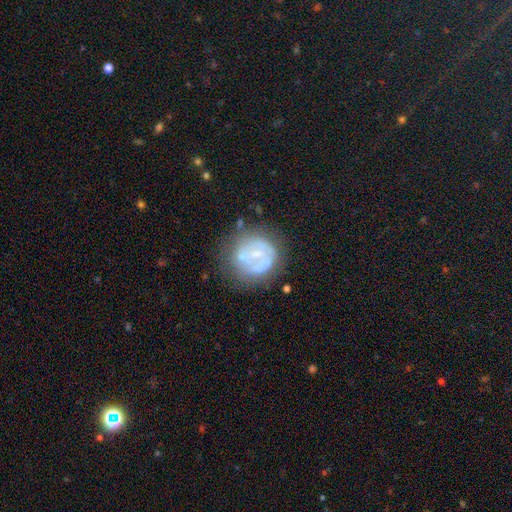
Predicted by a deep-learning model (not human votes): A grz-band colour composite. It shows a featured or disk galaxy (62%) with no bar (63%), no spiral arms (64%) and a small central bulge (52%). Merging: none (56%).